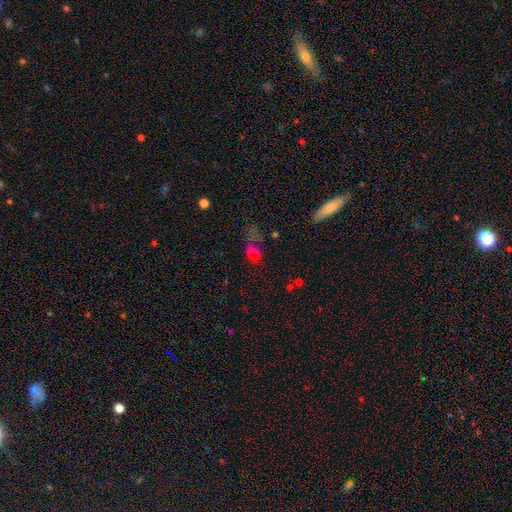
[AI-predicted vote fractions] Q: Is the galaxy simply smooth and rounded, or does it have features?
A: smooth — 51%.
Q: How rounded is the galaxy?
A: in between — 70%.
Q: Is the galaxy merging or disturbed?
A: none — 35%.